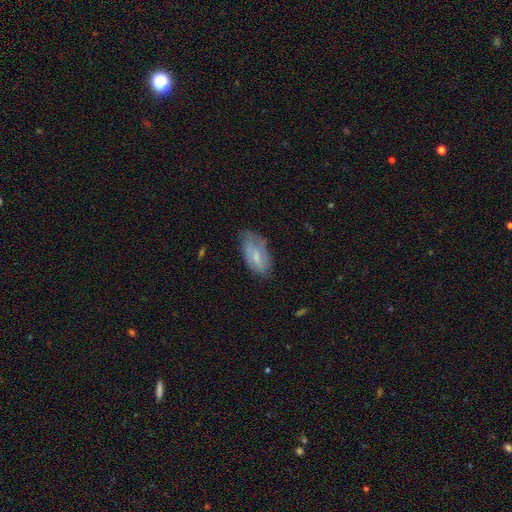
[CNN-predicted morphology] This is possibly a smooth galaxy (56%). How rounded: clearly in between (89%). Merging: possibly none (56%).